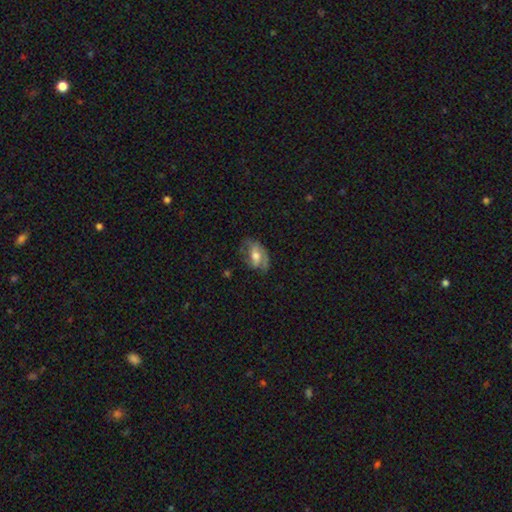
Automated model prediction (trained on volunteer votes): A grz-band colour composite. It shows a featured or disk galaxy (55%) with no bar (45%), spiral arms (69%) and a moderate central bulge (65%). Merging: none (52%).